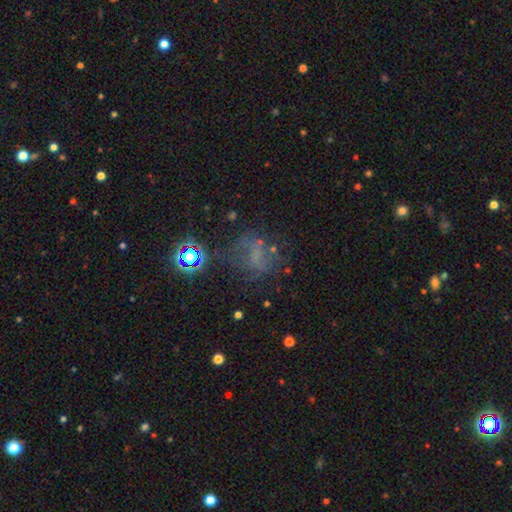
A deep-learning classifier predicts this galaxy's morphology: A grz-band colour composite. It shows a star or artifact, not a galaxy (41%).